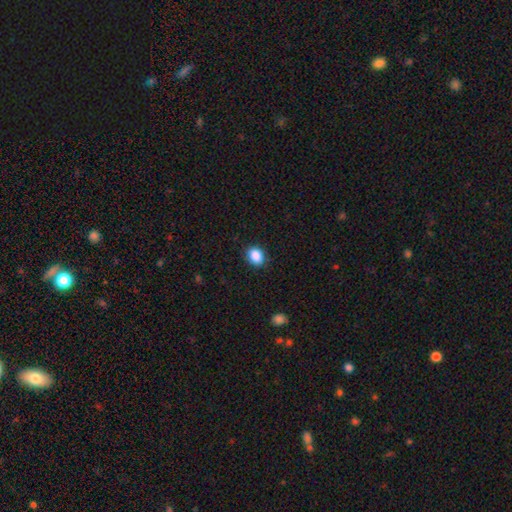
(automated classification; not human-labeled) This is clearly a smooth galaxy (88%). How rounded: likely in between (61%). Merging: clearly none (87%).